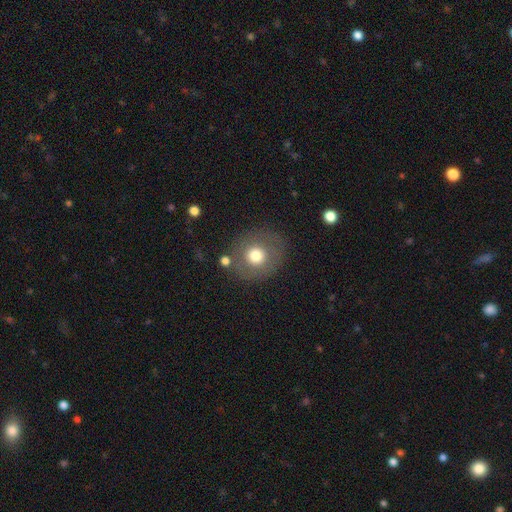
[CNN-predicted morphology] The model was most divided on "smooth or featured": smooth: 68%, featured or disk: 22%, star or artifact: 10%. More confident: how rounded — round (85%); merging — none (78%).